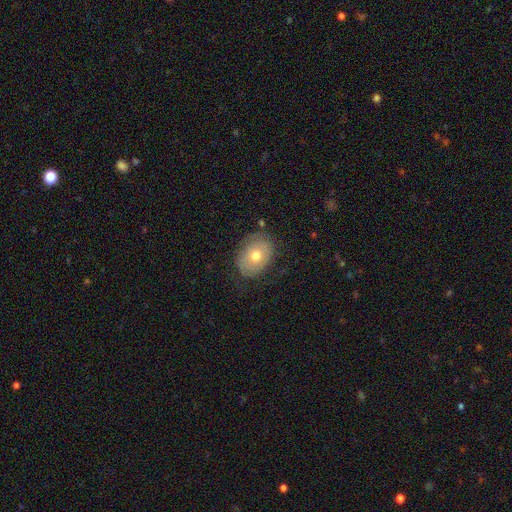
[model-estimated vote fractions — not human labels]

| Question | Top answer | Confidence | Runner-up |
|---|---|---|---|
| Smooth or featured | smooth | 62% | featured or disk (29%) |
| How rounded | in between | 68% | round (31%) |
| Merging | none | 73% | minor disturbance (19%) |